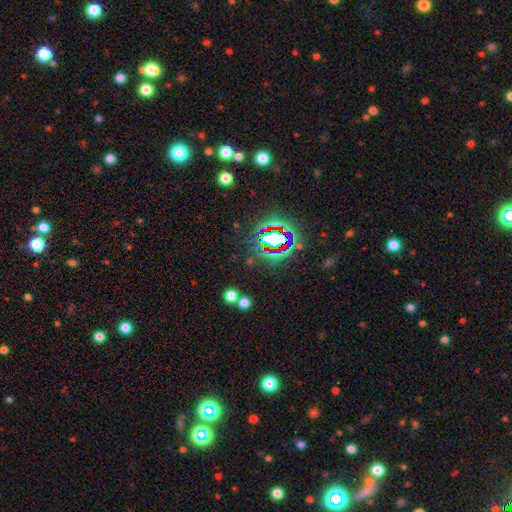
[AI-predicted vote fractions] The model was most divided on "smooth or featured": star or artifact: 77%, smooth: 14%, featured or disk: 9%.